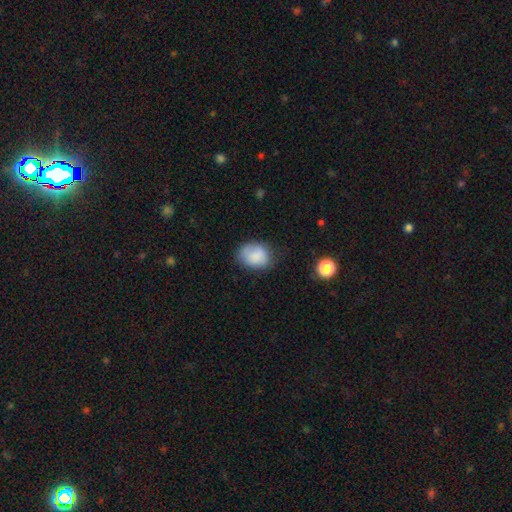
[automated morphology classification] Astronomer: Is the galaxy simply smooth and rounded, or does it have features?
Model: smooth — 84%.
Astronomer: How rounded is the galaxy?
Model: in between — 60% (runner-up: round, 39%).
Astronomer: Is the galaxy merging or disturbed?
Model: none — 66%.